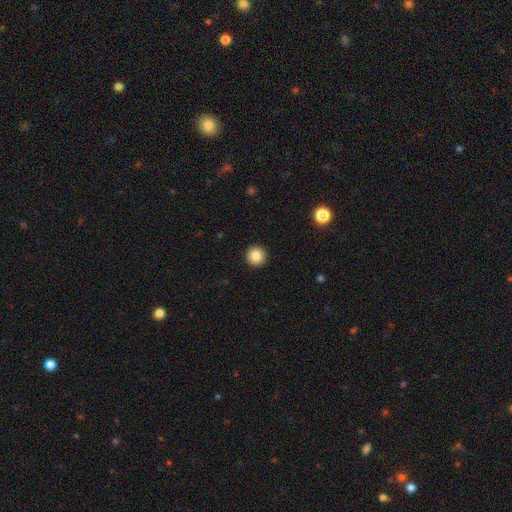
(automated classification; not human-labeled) This appears to be a smooth galaxy with no disk features (84%) that is round (96%). Merging: none (94%).